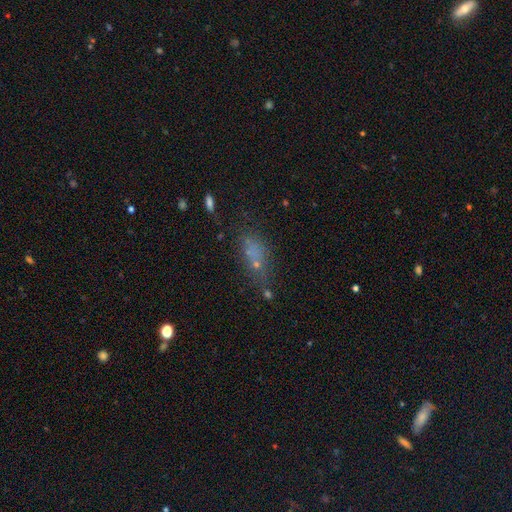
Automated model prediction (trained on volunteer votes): Smooth or featured?
  - smooth: 54% *
  - star or artifact: 27%
  - featured or disk: 19%
How rounded?
  - in between: 68% *
  - cigar-shaped: 20%
  - round: 12%
Merging?
  - none: 48% *
  - minor disturbance: 20%
  - major disturbance: 18%
  - merger: 14%